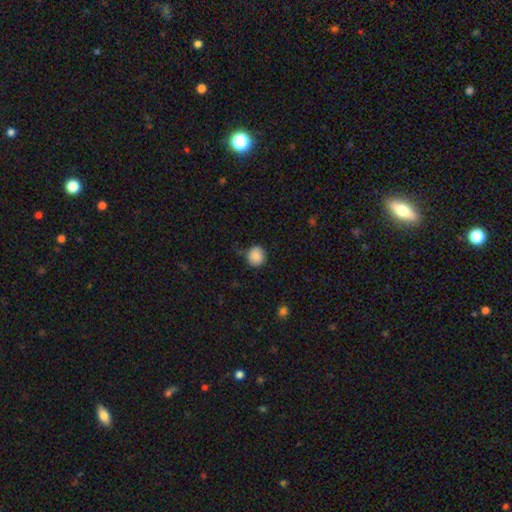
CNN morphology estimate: Smooth or featured? smooth (87%)
How rounded? round (86%)
Merging? none (72%)